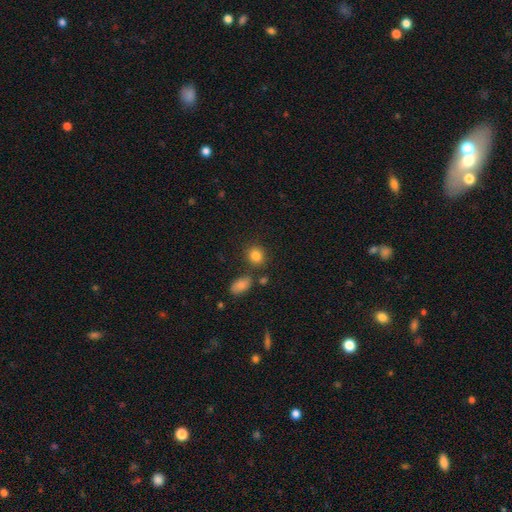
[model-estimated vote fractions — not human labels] A smooth galaxy with no disk features (84%) that is round (68%).

Vote fractions:
- Smooth or featured? smooth: 84% / star or artifact: 10% / featured or disk: 5%
- How rounded? round: 68% / in between: 30% / cigar-shaped: 1%
- Merging? none: 76% / minor disturbance: 11% / merger: 9% / major disturbance: 4%